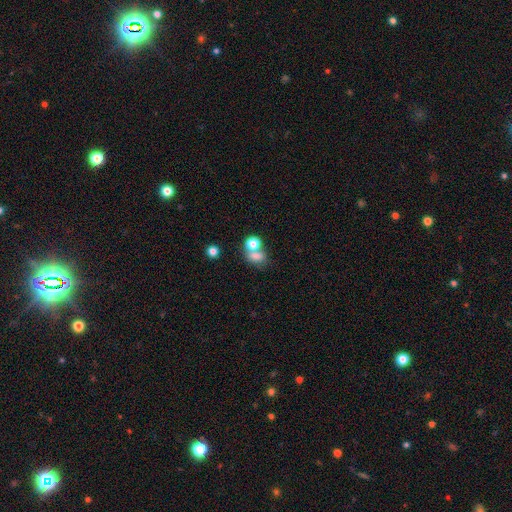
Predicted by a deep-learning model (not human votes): smooth-or-featured: smooth: 74% | star or artifact: 14% | featured or disk: 12%
  how-rounded: in between: 62% | round: 36% | cigar-shaped: 2%
  merging: merger: 50% | none: 34% | minor disturbance: 10% | major disturbance: 7%